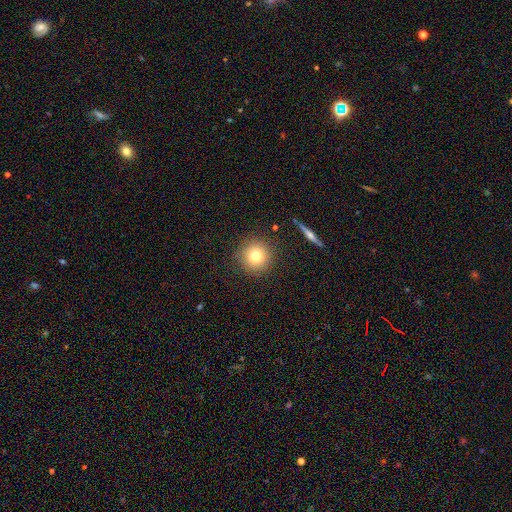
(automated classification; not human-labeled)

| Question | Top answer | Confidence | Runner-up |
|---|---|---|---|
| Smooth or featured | smooth | 75% | featured or disk (13%) |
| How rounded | round | 94% | in between (5%) |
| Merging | none | 87% | minor disturbance (8%) |